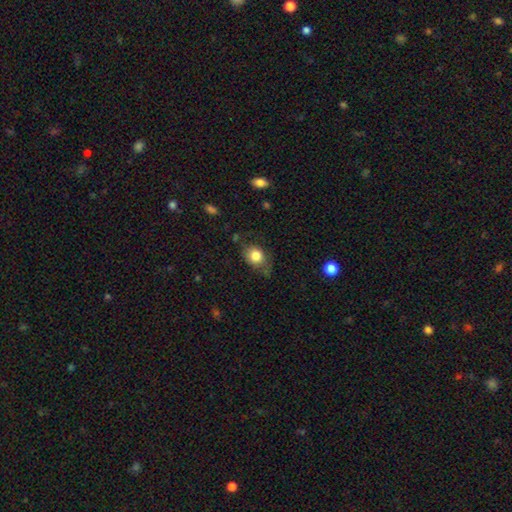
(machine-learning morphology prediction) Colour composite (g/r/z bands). It shows a smooth galaxy with no disk features (80%) that is round (55%). Merging: none (59%).